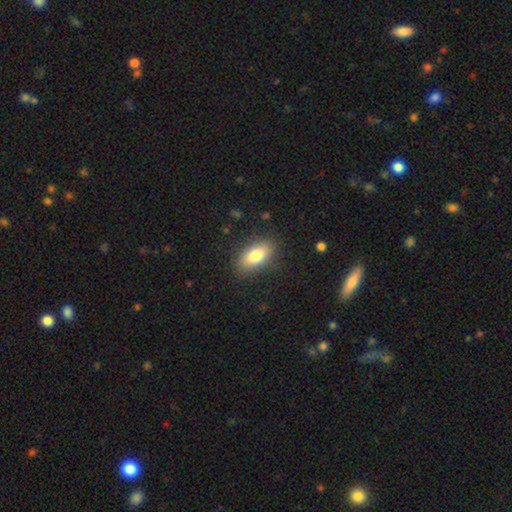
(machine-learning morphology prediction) Smooth or featured: smooth — 80% (featured or disk — 13%)
How rounded: in between — 88% (cigar-shaped — 8%)
Merging: none — 85% (minor disturbance — 11%)